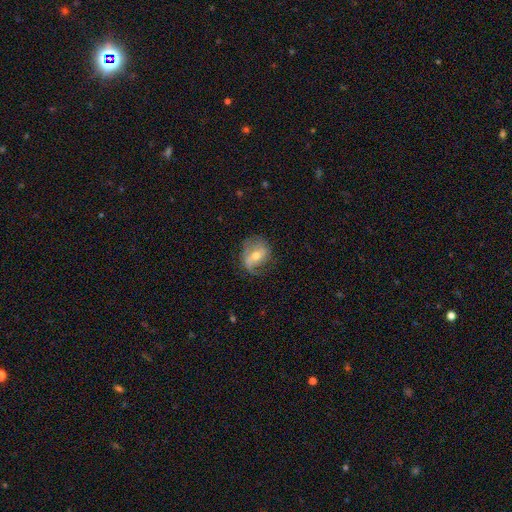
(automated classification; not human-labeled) This appears to be a featured or disk galaxy (63%) with a weak bar (41%), spiral arms (83%) and a moderate central bulge (63%). Merging: none (63%).